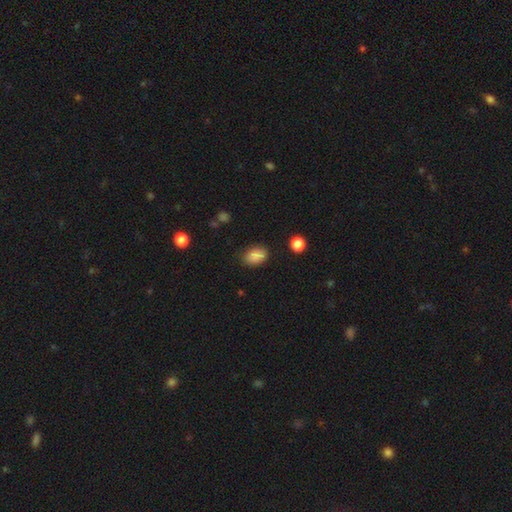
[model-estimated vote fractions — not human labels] This is clearly a smooth galaxy (84%). How rounded: clearly in between (85%). Merging: likely none (77%).